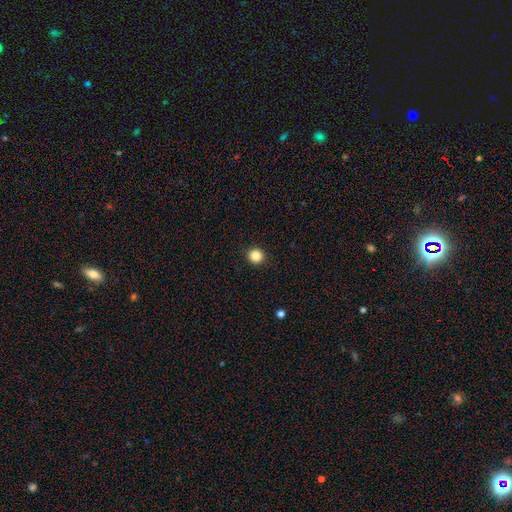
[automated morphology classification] Smooth or featured? Predicted: smooth (p=0.85). How rounded? Predicted: round (p=0.94). Merging? Predicted: none (p=0.93).